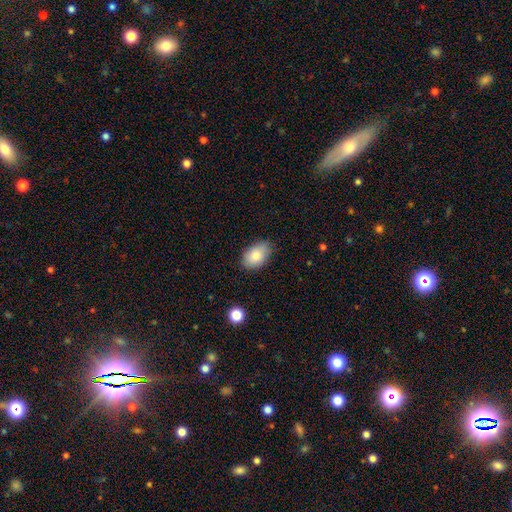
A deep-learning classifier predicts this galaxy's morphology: Overall: smooth (82%). How rounded: in between (90%). Merging: none (80%).